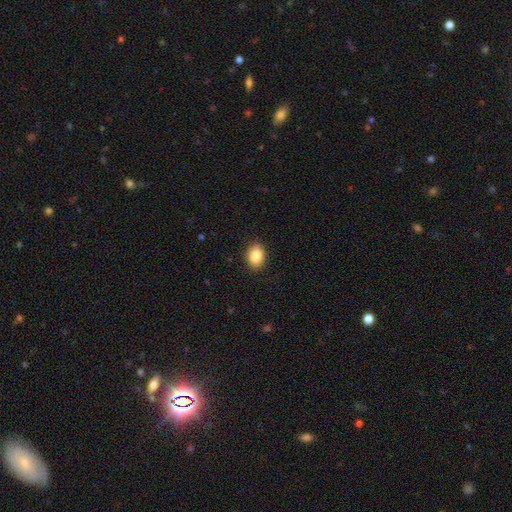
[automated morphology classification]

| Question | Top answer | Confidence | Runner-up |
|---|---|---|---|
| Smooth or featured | smooth | 87% | star or artifact (8%) |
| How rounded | in between | 73% | round (26%) |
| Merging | none | 89% | minor disturbance (8%) |